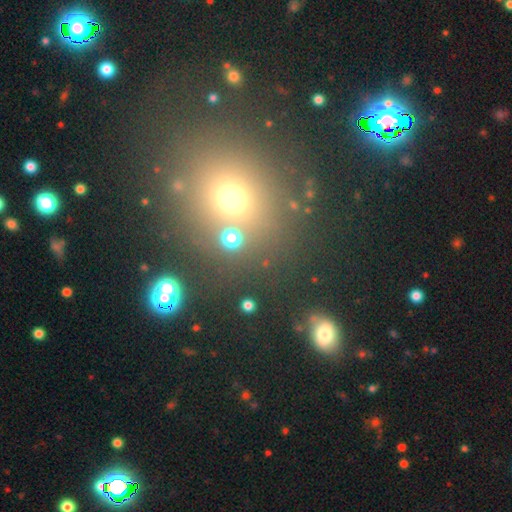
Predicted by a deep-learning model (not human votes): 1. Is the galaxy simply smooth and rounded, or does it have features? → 51% smooth, 38% star or artifact, 11% featured or disk.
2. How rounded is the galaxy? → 74% round, 24% in between, 2% cigar-shaped.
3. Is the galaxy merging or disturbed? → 77% none, 9% minor disturbance, 9% merger, 5% major disturbance.